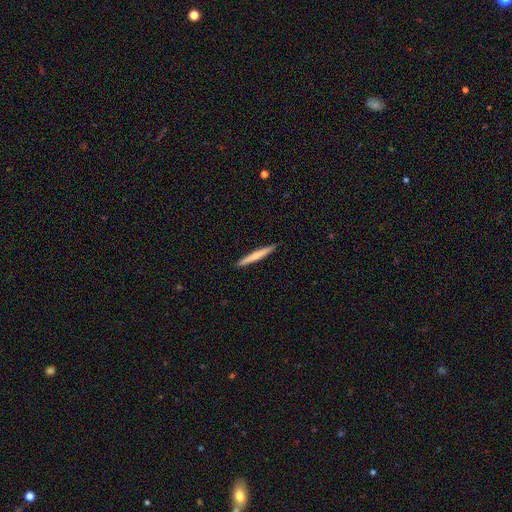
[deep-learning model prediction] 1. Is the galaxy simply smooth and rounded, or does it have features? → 65% smooth, 30% featured or disk, 5% star or artifact.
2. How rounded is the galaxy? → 97% cigar-shaped, 2% in between, 1% round.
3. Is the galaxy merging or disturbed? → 93% none, 5% minor disturbance, 1% major disturbance, 1% merger.